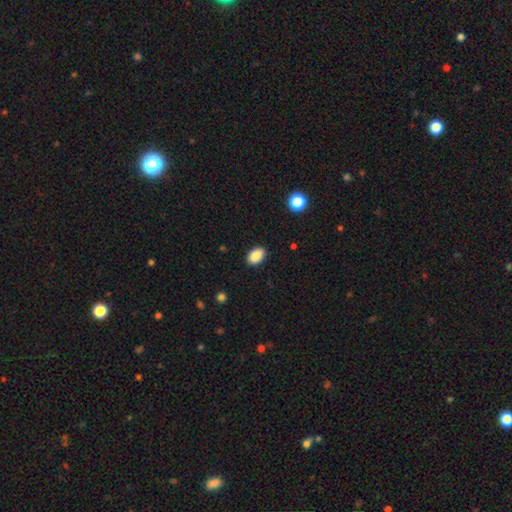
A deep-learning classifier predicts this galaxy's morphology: Q: Smooth or featured?
A: smooth (89%); runner-up: star or artifact (8%)
Q: How rounded?
A: in between (87%); runner-up: round (11%)
Q: Merging?
A: none (88%); runner-up: minor disturbance (9%)